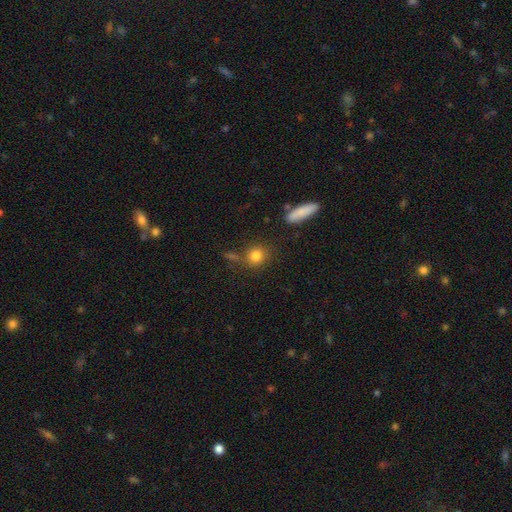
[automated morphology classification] smooth 83%, star or artifact 10%, featured or disk 6%. Down the decision tree: how rounded — round (80%); merging — none (76%).